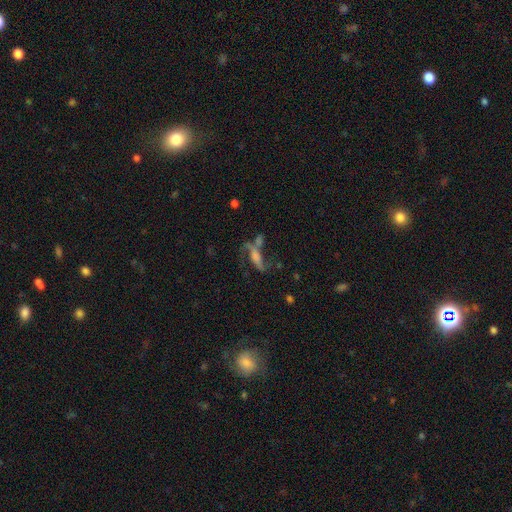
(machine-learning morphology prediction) Smooth or featured: featured or disk — 59% (smooth — 23%)
Edge-on disk: no — 70% (yes — 30%)
Merging: none — 40% (merger — 24%)